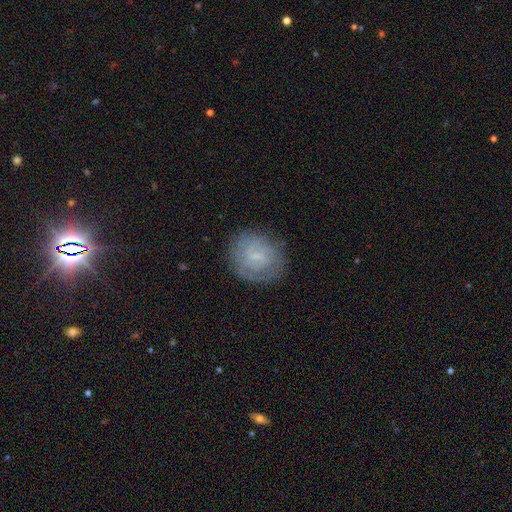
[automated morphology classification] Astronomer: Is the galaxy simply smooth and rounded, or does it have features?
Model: featured or disk — 61%.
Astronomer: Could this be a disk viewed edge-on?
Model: no — 97%.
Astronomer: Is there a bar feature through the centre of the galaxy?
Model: weak — 56%.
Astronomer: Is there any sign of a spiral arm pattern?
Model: yes — 84%.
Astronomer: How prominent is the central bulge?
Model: small — 59%.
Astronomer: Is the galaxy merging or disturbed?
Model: none — 79%.